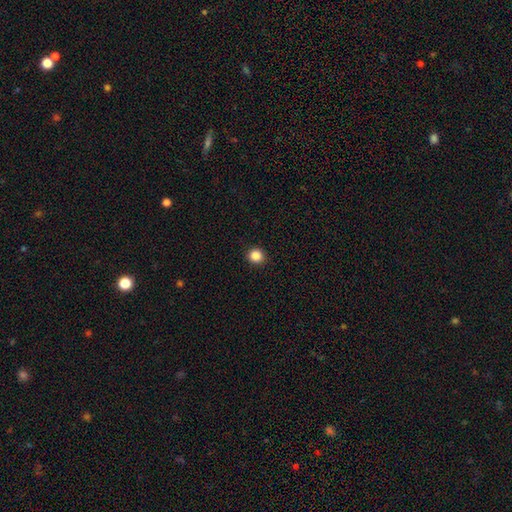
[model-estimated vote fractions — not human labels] smooth-or-featured: smooth: 87% | star or artifact: 11% | featured or disk: 3%
  how-rounded: round: 93% | in between: 6% | cigar-shaped: 1%
  merging: none: 93% | minor disturbance: 5% | major disturbance: 2% | merger: 1%